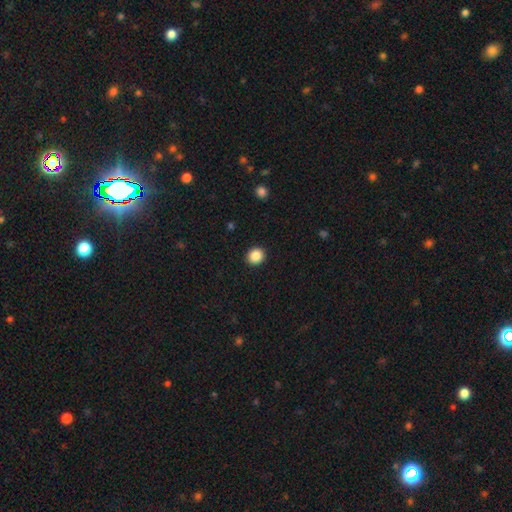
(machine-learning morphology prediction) Smooth or featured? Predicted: smooth (p=0.87). How rounded? Predicted: round (p=0.86). Merging? Predicted: none (p=0.92).